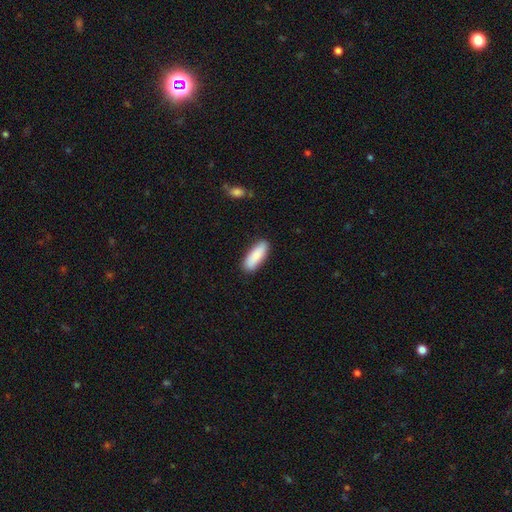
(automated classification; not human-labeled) Smooth or featured: smooth — 87% (featured or disk — 7%)
How rounded: in between — 60% (cigar-shaped — 38%)
Merging: none — 87% (minor disturbance — 10%)